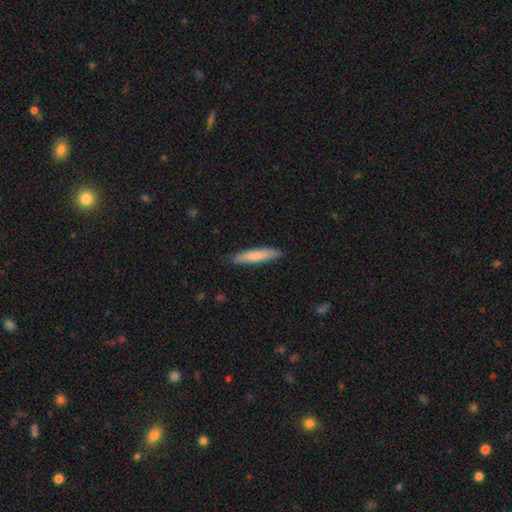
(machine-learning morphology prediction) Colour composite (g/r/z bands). It shows a smooth galaxy with no disk features (76%) that is cigar-shaped (89%). Merging: none (86%).